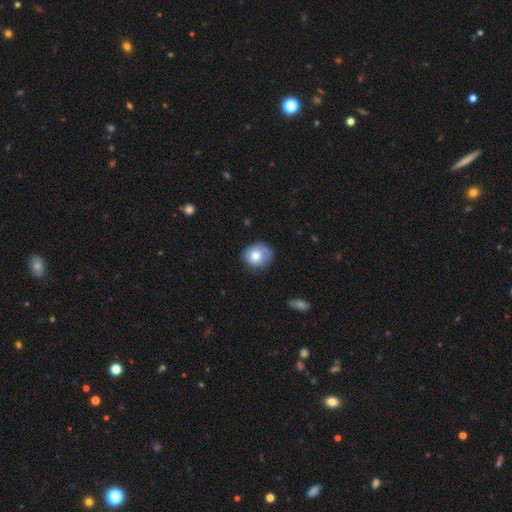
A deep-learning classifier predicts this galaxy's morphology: This is likely a smooth galaxy (78%). How rounded: likely round (71%). Merging: likely none (71%).